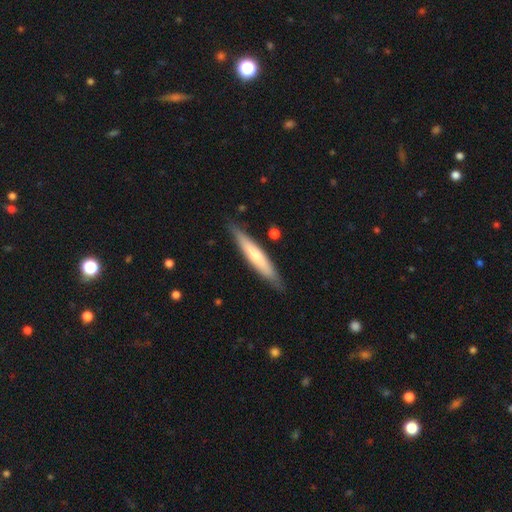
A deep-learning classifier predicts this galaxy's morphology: Smooth or featured? smooth (58%)
How rounded? cigar-shaped (91%)
Merging? none (86%)